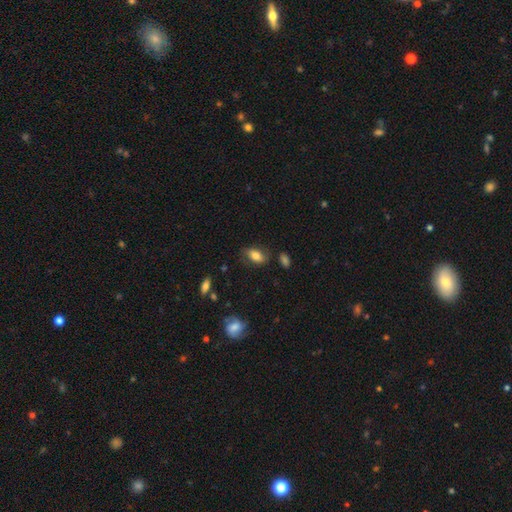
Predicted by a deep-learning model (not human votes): This is likely a smooth galaxy (75%). How rounded: clearly in between (88%). Merging: likely none (68%).